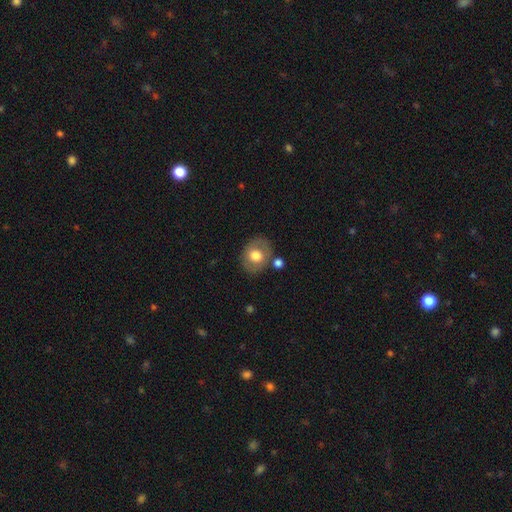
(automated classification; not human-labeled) Q: Smooth or featured?
A: smooth (62%); runner-up: featured or disk (30%)
Q: How rounded?
A: round (62%); runner-up: in between (37%)
Q: Merging?
A: none (75%); runner-up: minor disturbance (14%)